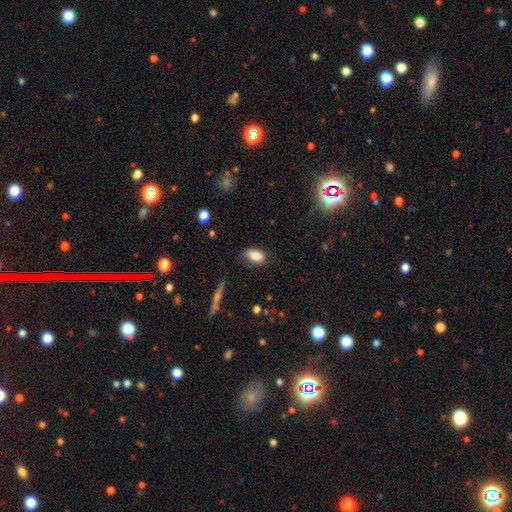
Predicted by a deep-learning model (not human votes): Smooth or featured? Predicted: smooth (p=0.85). How rounded? Predicted: in between (p=0.90). Merging? Predicted: none (p=0.70).